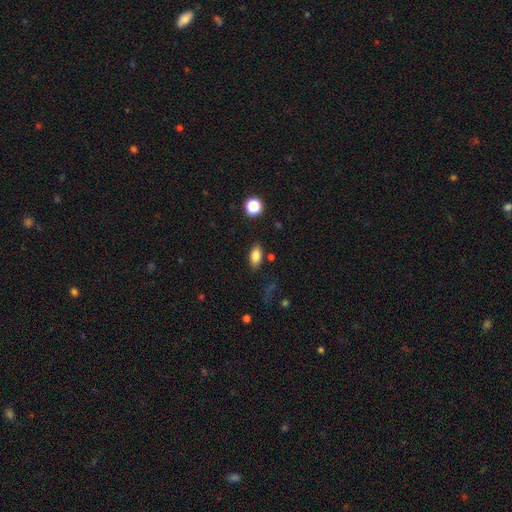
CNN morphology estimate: smooth-or-featured: smooth: 82% | star or artifact: 10% | featured or disk: 9%
  how-rounded: in between: 87% | round: 7% | cigar-shaped: 5%
  merging: none: 83% | minor disturbance: 11% | major disturbance: 3% | merger: 3%